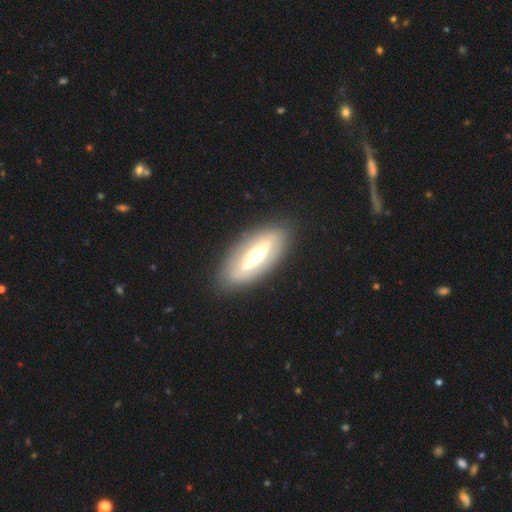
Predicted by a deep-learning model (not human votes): Q: Smooth or featured?
A: featured or disk (66%); runner-up: smooth (28%)
Q: Edge-on disk?
A: no (50%); tied with: yes (50%)
Q: Merging?
A: none (86%); runner-up: minor disturbance (9%)